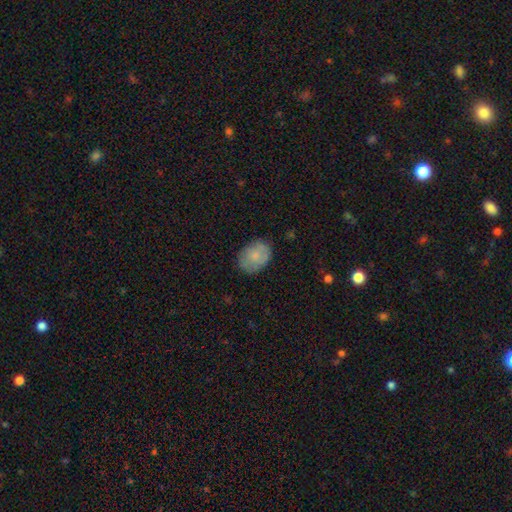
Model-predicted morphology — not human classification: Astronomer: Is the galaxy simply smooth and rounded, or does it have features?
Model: smooth — 76%.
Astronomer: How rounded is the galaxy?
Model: in between — 68%.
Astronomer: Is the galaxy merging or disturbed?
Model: none — 80%.